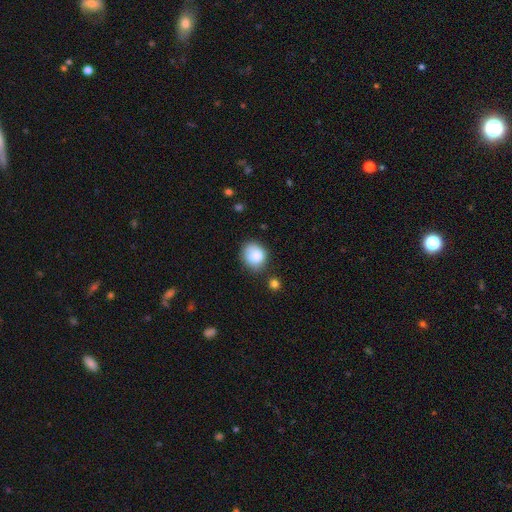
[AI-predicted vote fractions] smooth_or_featured: smooth (p=0.83) [alt: featured or disk p=0.09]
how_rounded: round (p=0.63) [alt: in between p=0.36]
merging: none (p=0.65) [alt: minor disturbance p=0.23]